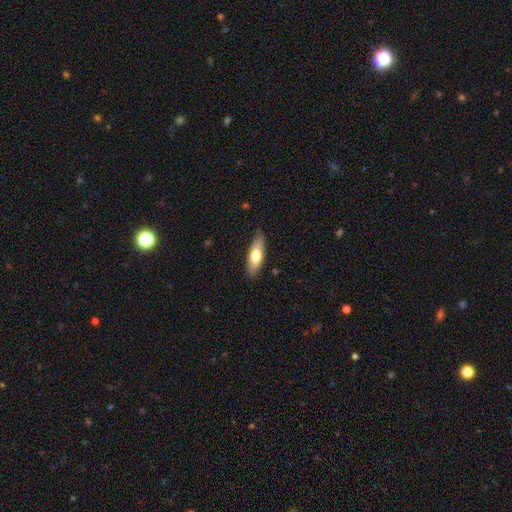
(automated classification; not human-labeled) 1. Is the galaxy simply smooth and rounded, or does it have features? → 64% smooth, 30% featured or disk, 6% star or artifact.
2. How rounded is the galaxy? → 55% in between, 43% cigar-shaped, 2% round.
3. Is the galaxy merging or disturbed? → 85% none, 12% minor disturbance, 2% major disturbance, 1% merger.